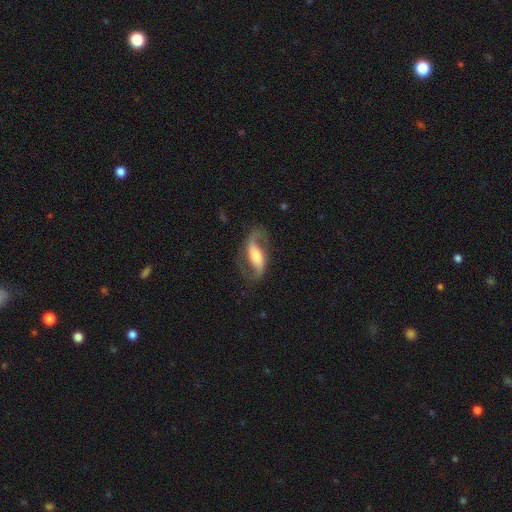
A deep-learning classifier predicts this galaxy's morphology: smooth-or-featured: featured or disk: 85% | smooth: 10% | star or artifact: 5%
  disk-edge-on: no: 94% | yes: 6%
    bar: strong: 42% | weak: 33% | no: 24%
    has-spiral-arms: yes: 95% | no: 5%
      spiral-winding: loose: 64% | medium: 29% | tight: 7%
      spiral-arm-count: 2: 92% | 1: 3% | can't tell: 2% | 3: 1% | 4: 1% | more than 4: 1%
    bulge-size: moderate: 50% | small: 29% | large: 14% | none: 4% | dominant: 3%
  merging: none: 75% | minor disturbance: 14% | major disturbance: 9% | merger: 2%